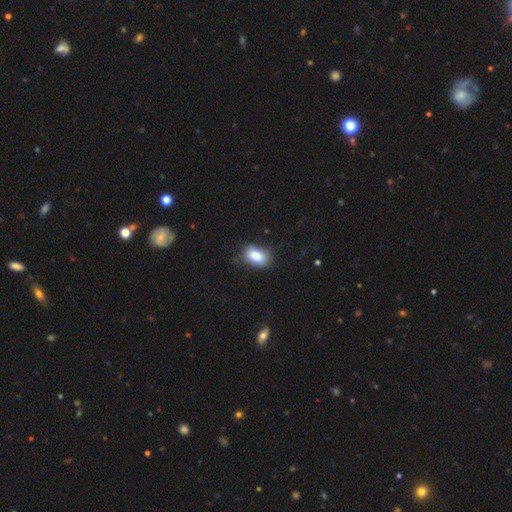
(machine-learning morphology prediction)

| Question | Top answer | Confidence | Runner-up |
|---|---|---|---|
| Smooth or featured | smooth | 82% | featured or disk (9%) |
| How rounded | in between | 82% | round (16%) |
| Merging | none | 70% | minor disturbance (22%) |